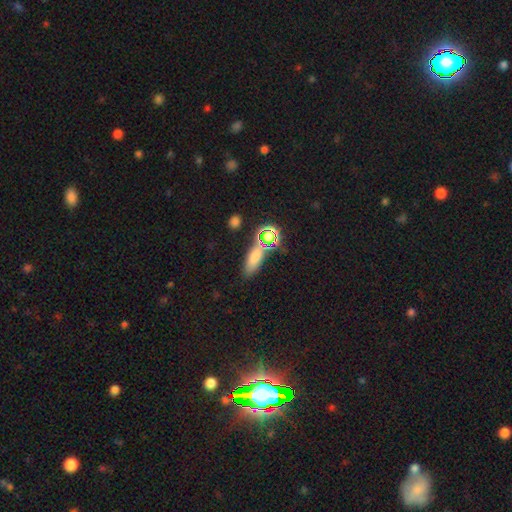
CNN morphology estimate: Smooth or featured?
  - smooth: 58% *
  - star or artifact: 29%
  - featured or disk: 13%
How rounded?
  - in between: 57% *
  - cigar-shaped: 30%
  - round: 13%
Merging?
  - none: 75% *
  - minor disturbance: 12%
  - merger: 8%
  - major disturbance: 4%